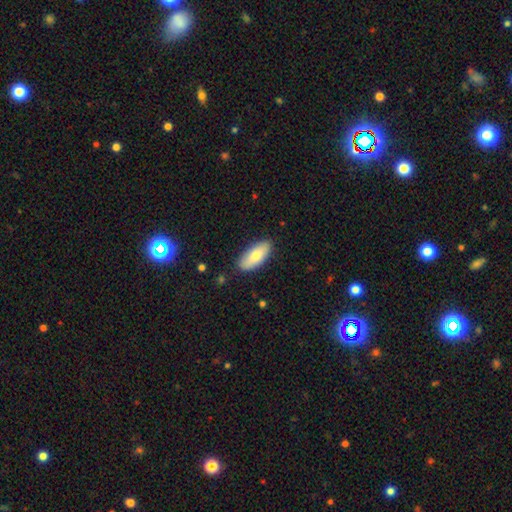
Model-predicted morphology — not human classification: smooth 75%, featured or disk 19%, star or artifact 6%. Down the decision tree: how rounded — in between (85%); merging — none (86%).